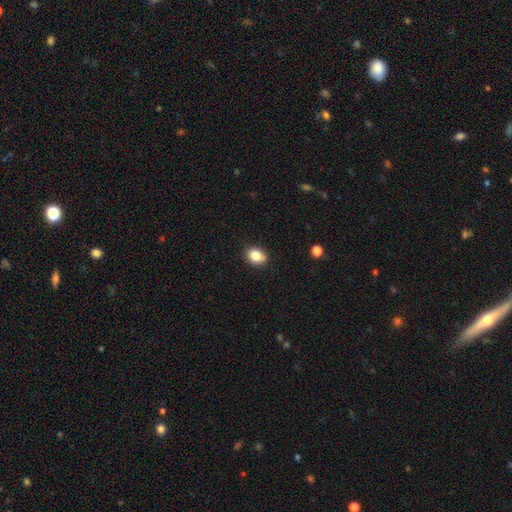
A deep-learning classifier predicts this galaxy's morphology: smooth_or_featured: smooth (p=0.84) [alt: star or artifact p=0.09]
how_rounded: in between (p=0.56) [alt: round p=0.43]
merging: none (p=0.86) [alt: minor disturbance p=0.11]